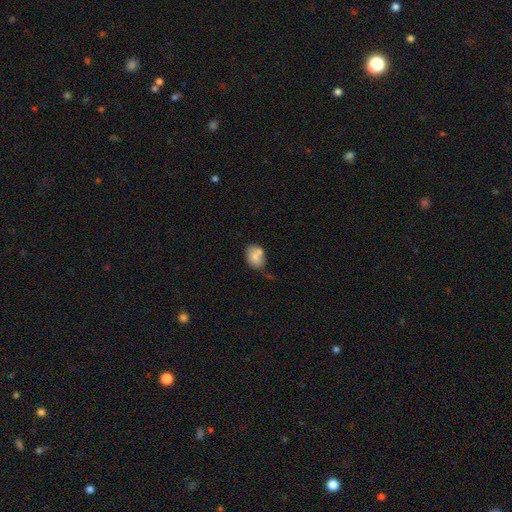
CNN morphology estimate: smooth-or-featured: smooth: 77% | featured or disk: 15% | star or artifact: 8%
  how-rounded: in between: 67% | round: 32% | cigar-shaped: 1%
  merging: none: 52% | merger: 24% | minor disturbance: 20% | major disturbance: 5%